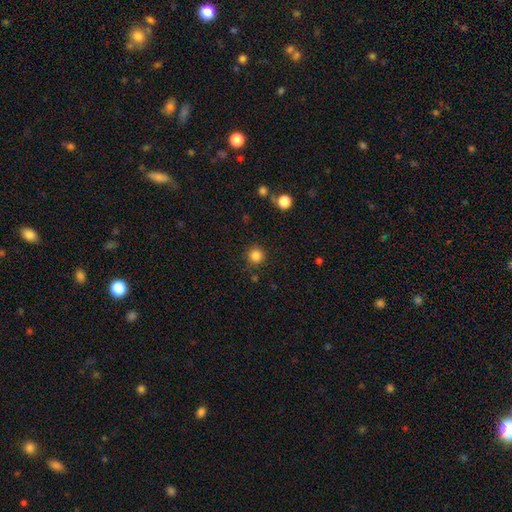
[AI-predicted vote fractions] smooth-or-featured: smooth: 84% | star or artifact: 12% | featured or disk: 4%
  how-rounded: round: 94% | in between: 5% | cigar-shaped: 1%
  merging: none: 87% | minor disturbance: 8% | major disturbance: 3% | merger: 2%